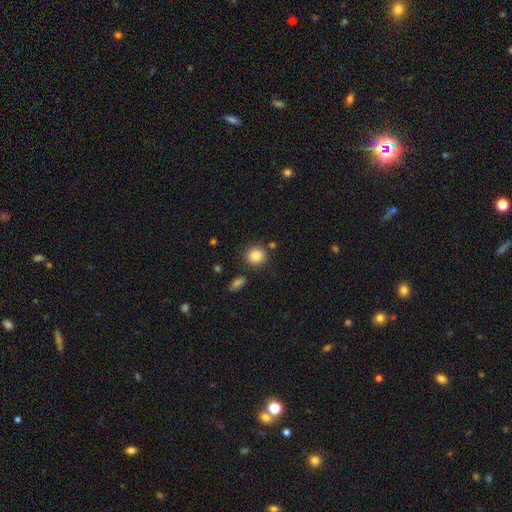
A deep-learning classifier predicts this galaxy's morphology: A smooth galaxy with no disk features (85%) that is round (87%). Merging: none (83%).